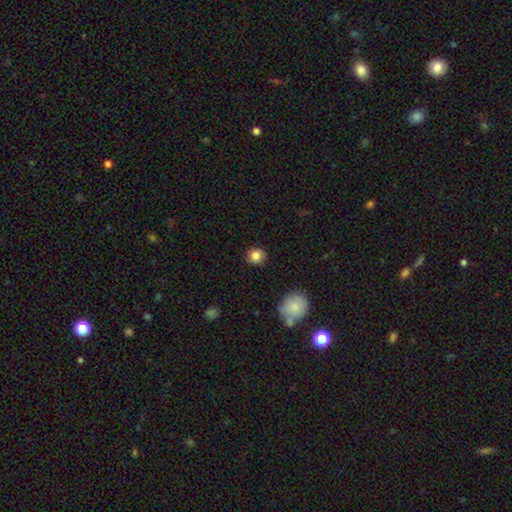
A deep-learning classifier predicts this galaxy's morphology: smooth_or_featured: smooth (p=0.84) [alt: star or artifact p=0.10]
how_rounded: round (p=0.88) [alt: in between p=0.11]
merging: none (p=0.88) [alt: minor disturbance p=0.09]